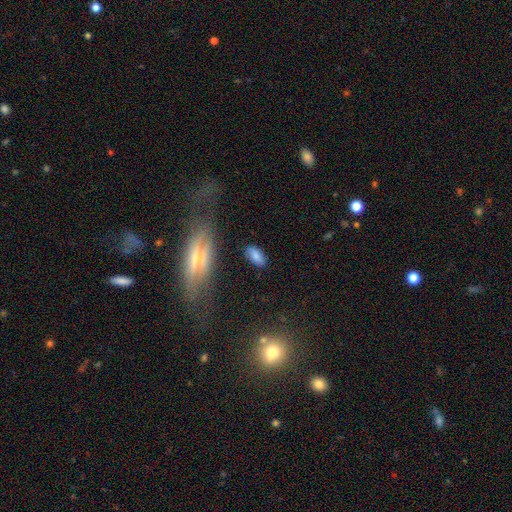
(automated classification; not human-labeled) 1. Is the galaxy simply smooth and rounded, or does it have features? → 77% smooth, 14% featured or disk, 9% star or artifact.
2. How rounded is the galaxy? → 87% in between, 10% cigar-shaped, 3% round.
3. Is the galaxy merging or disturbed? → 78% none, 14% minor disturbance, 4% major disturbance, 3% merger.